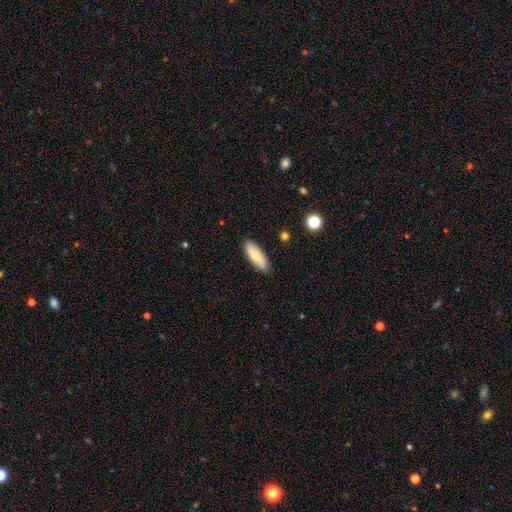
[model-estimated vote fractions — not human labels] Smooth or featured?
  - smooth: 69% *
  - featured or disk: 25%
  - star or artifact: 6%
How rounded?
  - in between: 56% *
  - cigar-shaped: 42%
  - round: 2%
Merging?
  - none: 87% *
  - minor disturbance: 10%
  - major disturbance: 2%
  - merger: 1%